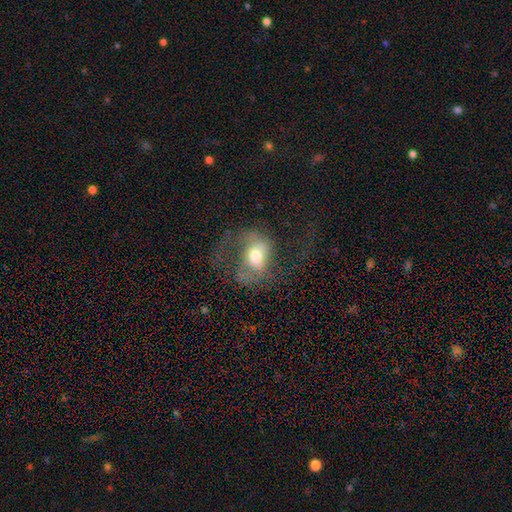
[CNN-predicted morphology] Q: Smooth or featured?
A: featured or disk (53%); runner-up: smooth (38%)
Q: Edge-on disk?
A: no (95%); runner-up: yes (5%)
Q: Bar?
A: no (55%); runner-up: weak (30%)
Q: Spiral arms?
A: yes (64%); runner-up: no (36%)
Q: Bulge size?
A: moderate (67%); runner-up: large (18%)
Q: Merging?
A: major disturbance (47%); runner-up: none (33%)